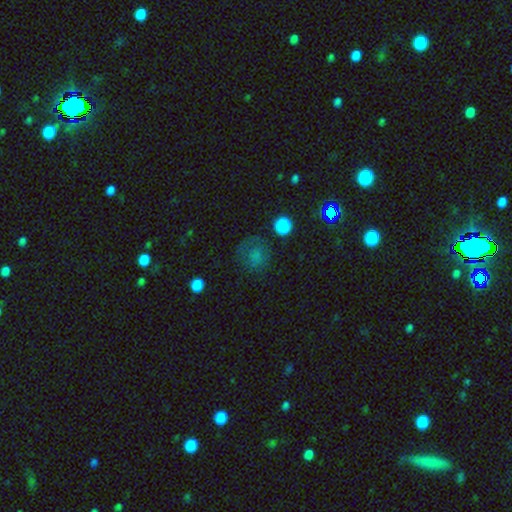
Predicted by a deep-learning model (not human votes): Smooth or featured? smooth (64%)
How rounded? round (79%)
Merging? none (61%)